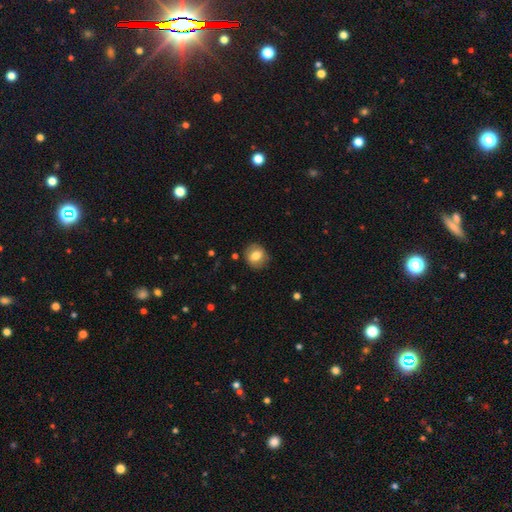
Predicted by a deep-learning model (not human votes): Smooth or featured: smooth — 76% (featured or disk — 16%)
How rounded: round — 77% (in between — 22%)
Merging: none — 85% (minor disturbance — 11%)